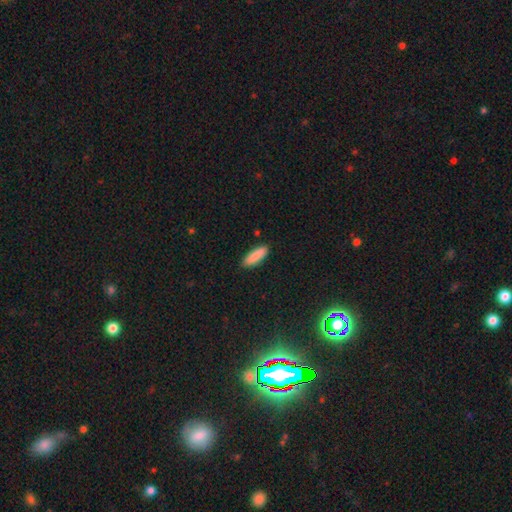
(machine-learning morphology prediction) A smooth galaxy with no disk features (89%) that is cigar-shaped (56%). Merging: none (89%).